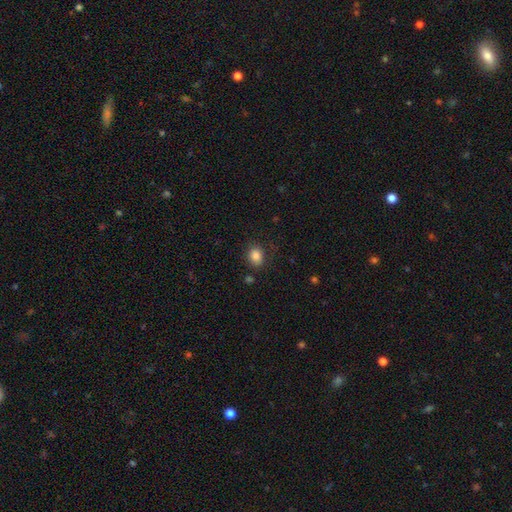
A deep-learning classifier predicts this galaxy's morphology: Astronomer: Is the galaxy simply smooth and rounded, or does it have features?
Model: smooth — 85%.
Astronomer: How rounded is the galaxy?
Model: in between — 50% (runner-up: round, 49%).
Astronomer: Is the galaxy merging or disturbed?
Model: none — 82%.